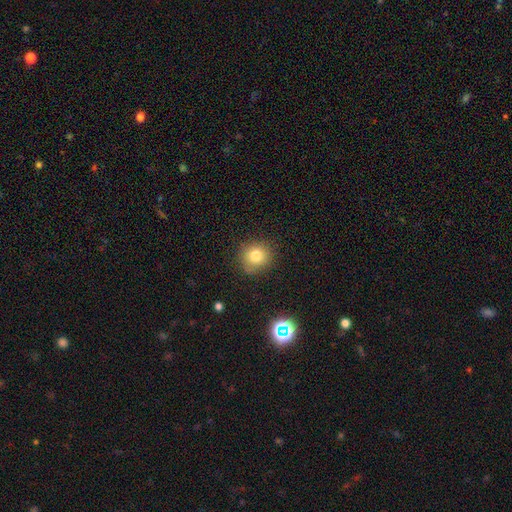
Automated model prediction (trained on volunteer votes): A smooth galaxy with no disk features (79%) that is round (86%).

Vote fractions:
- Smooth or featured? smooth: 79% / star or artifact: 13% / featured or disk: 9%
- How rounded? round: 86% / in between: 13% / cigar-shaped: 1%
- Merging? none: 81% / minor disturbance: 14% / major disturbance: 3% / merger: 2%